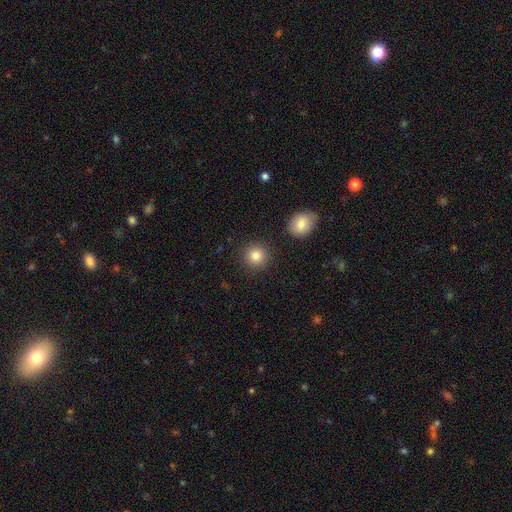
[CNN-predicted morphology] This appears to be a smooth galaxy with no disk features (83%) that is round (93%). Merging: none (88%).